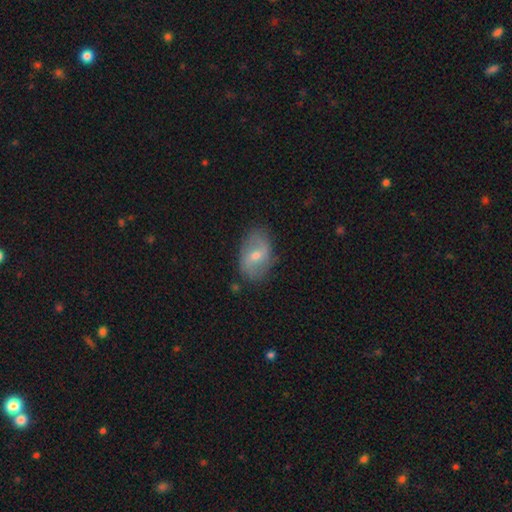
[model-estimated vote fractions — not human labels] The model was most divided on "smooth or featured": featured or disk: 55%, smooth: 37%, star or artifact: 8%. More confident: edge-on disk — no (94%); merging — none (77%); spiral arms — yes (70%); bulge size — moderate (59%); bar — weak (53%).